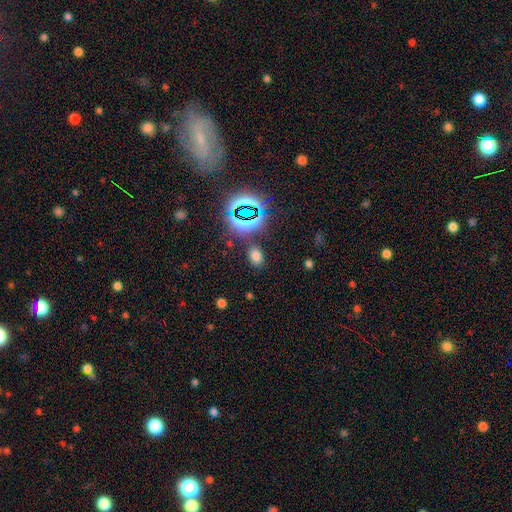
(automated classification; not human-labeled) smooth 64%, star or artifact 29%, featured or disk 6%. Down the decision tree: how rounded — in between (77%); merging — none (82%).